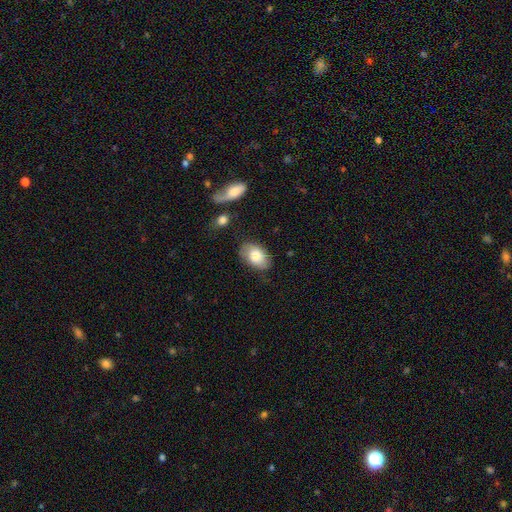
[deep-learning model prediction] This is likely a smooth galaxy (77%). How rounded: clearly in between (90%). Merging: likely none (71%).